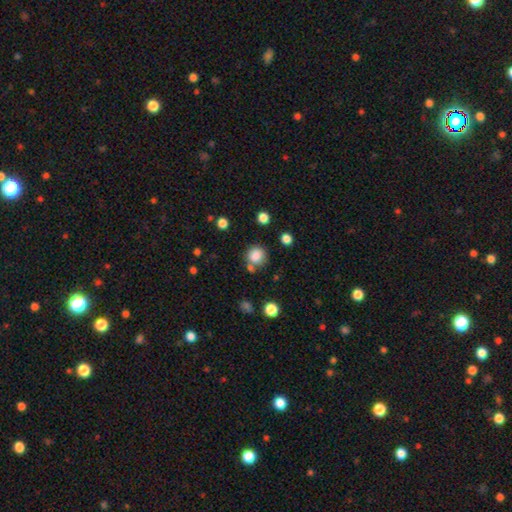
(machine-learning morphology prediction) This is clearly a smooth galaxy (84%). How rounded: clearly round (90%). Merging: likely none (75%).